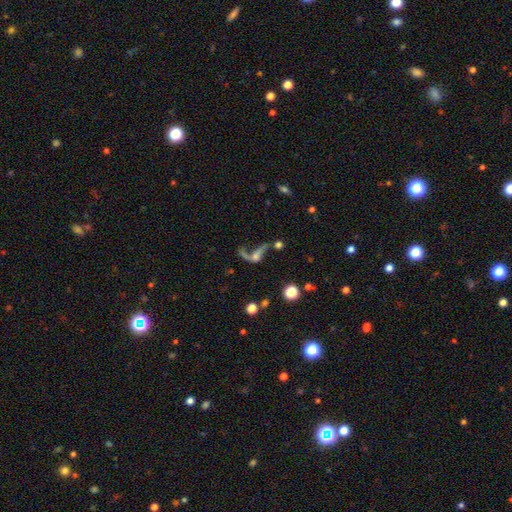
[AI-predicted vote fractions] featured or disk 58%, smooth 24%, star or artifact 17%. Down the decision tree: edge-on disk — no (87%); bar — no (68%); spiral arms — yes (67%); bulge size — small (33%); merging — major disturbance (32%).